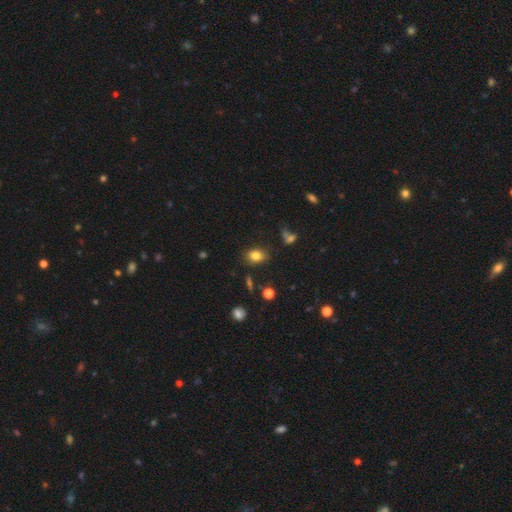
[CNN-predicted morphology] smooth_or_featured: smooth (p=0.81) [alt: star or artifact p=0.11]
how_rounded: in between (p=0.72) [alt: round p=0.26]
merging: none (p=0.79) [alt: minor disturbance p=0.14]